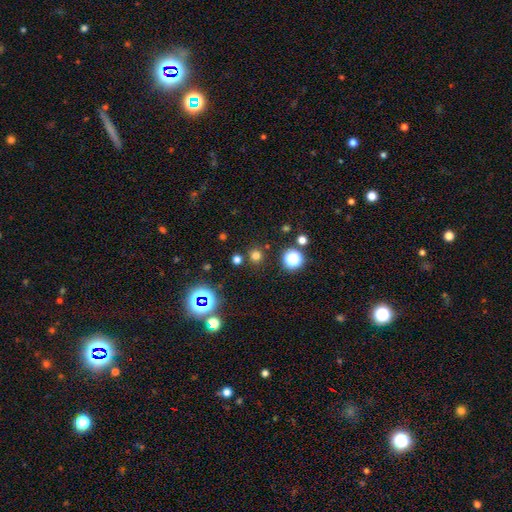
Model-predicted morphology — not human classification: Q: Smooth or featured?
A: smooth (69%); runner-up: star or artifact (26%)
Q: How rounded?
A: round (94%); runner-up: in between (5%)
Q: Merging?
A: none (86%); runner-up: minor disturbance (6%)